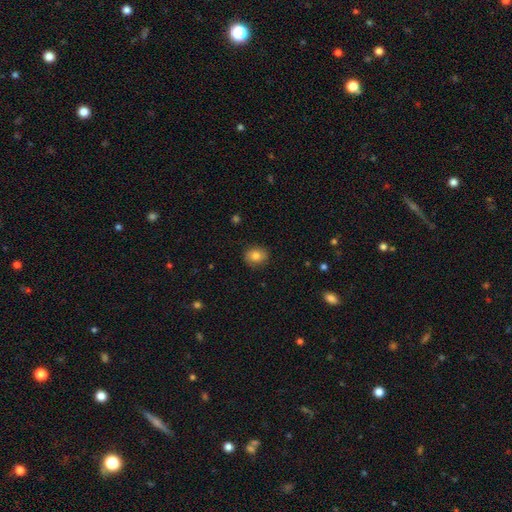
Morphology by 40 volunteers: Smooth or featured?
  - smooth: 98% *
  - featured or disk: 2%
  - star or artifact: 0%
How rounded?
  - round: 51% *
  - in between: 49%
  - cigar-shaped: 0%
Merging?
  - none: 98% *
  - minor disturbance: 2%
  - major disturbance: 0%
  - merger: 0%